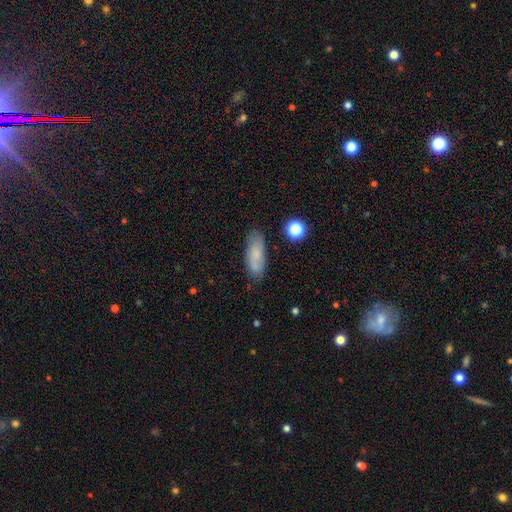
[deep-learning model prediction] smooth 67%, featured or disk 25%, star or artifact 9%. Down the decision tree: how rounded — in between (69%); merging — none (77%).